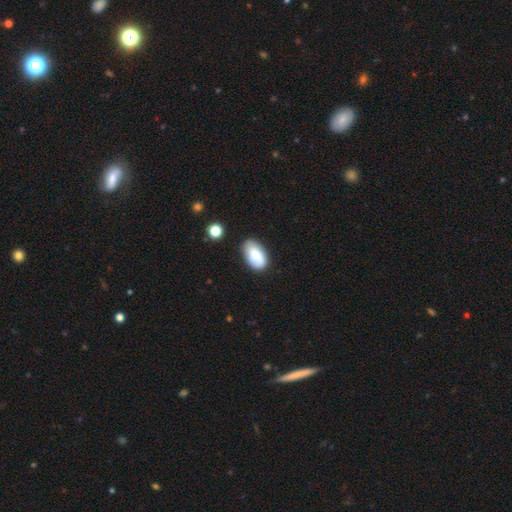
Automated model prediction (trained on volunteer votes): Smooth or featured? Predicted: smooth (p=0.75). How rounded? Predicted: in between (p=0.93). Merging? Predicted: none (p=0.69).